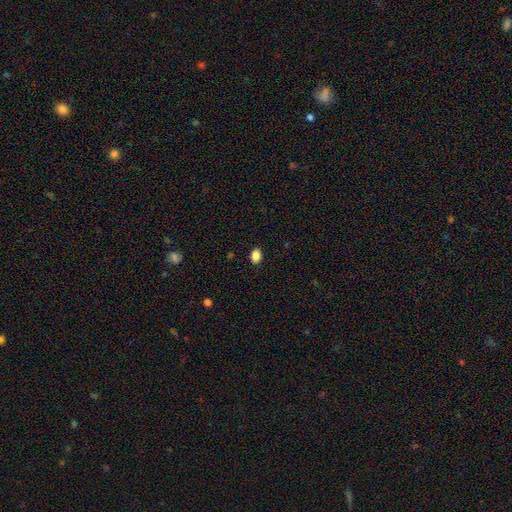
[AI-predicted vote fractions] smooth_or_featured: smooth (p=0.87) [alt: star or artifact p=0.10]
how_rounded: in between (p=0.77) [alt: round p=0.22]
merging: none (p=0.89) [alt: minor disturbance p=0.08]